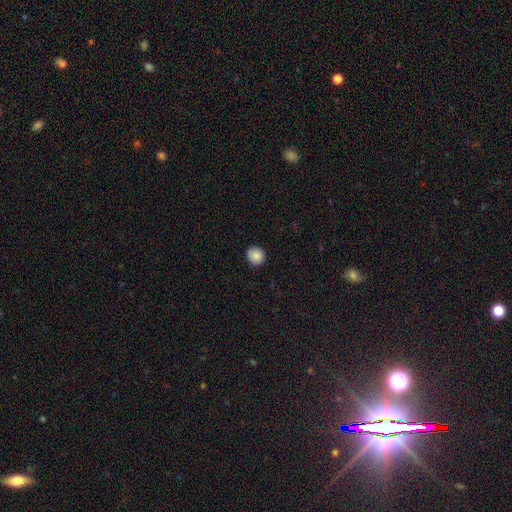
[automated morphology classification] smooth-or-featured: smooth: 88% | star or artifact: 9% | featured or disk: 4%
  how-rounded: round: 85% | in between: 14% | cigar-shaped: 1%
  merging: none: 87% | minor disturbance: 10% | major disturbance: 2% | merger: 1%